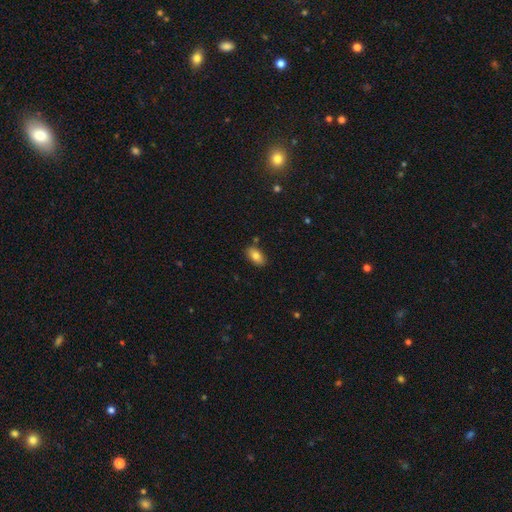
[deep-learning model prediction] This appears to be a smooth galaxy with no disk features (81%) that is in between round and cigar-shaped (91%). Merging: none (84%).